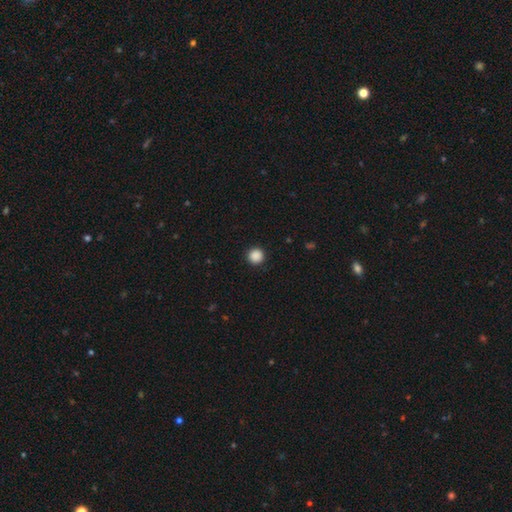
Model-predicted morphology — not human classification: This is clearly a smooth galaxy (88%). How rounded: clearly round (95%). Merging: clearly none (92%).